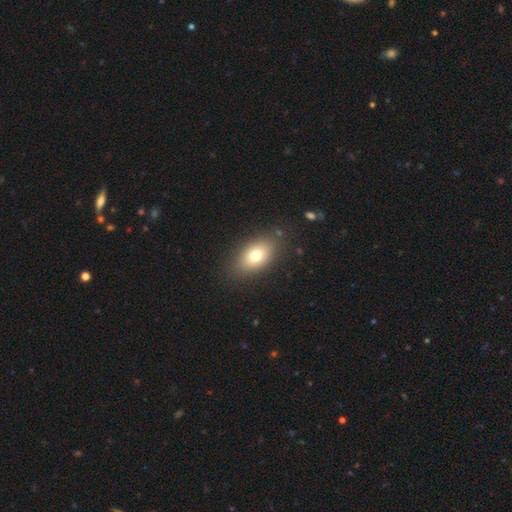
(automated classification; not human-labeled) This appears to be a smooth galaxy with no disk features (74%) that is in between round and cigar-shaped (85%). Merging: none (83%).